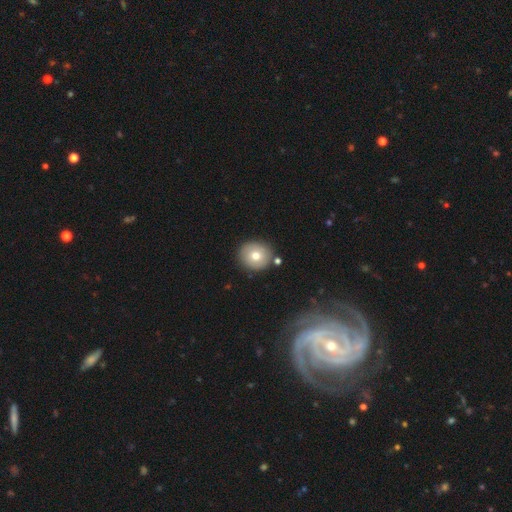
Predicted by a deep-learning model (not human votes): Q: Smooth or featured?
A: smooth (74%); runner-up: featured or disk (16%)
Q: How rounded?
A: round (86%); runner-up: in between (13%)
Q: Merging?
A: none (84%); runner-up: minor disturbance (9%)